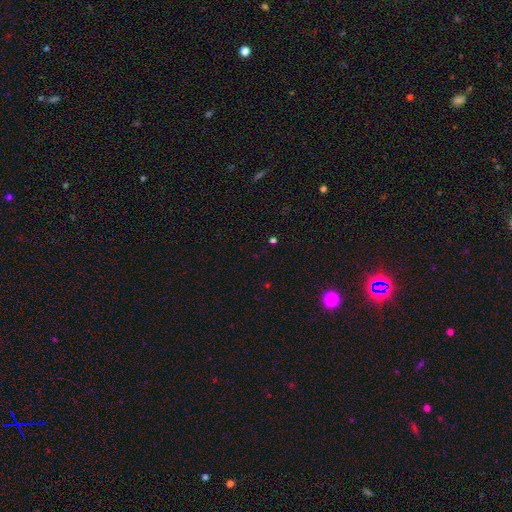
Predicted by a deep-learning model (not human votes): star or artifact 62%, smooth 31%, featured or disk 7%.